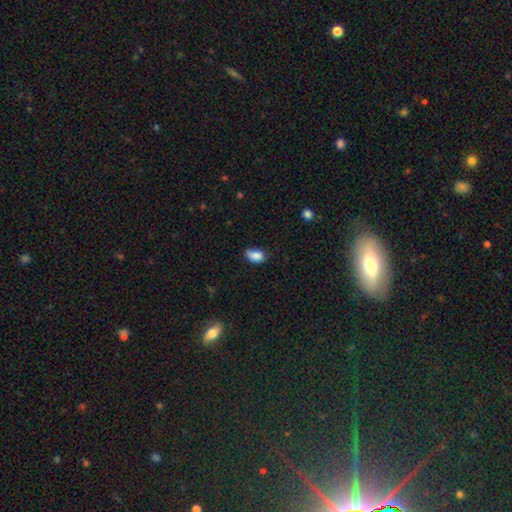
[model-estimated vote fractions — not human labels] Morphology: type=smooth (86%); roundness=in between (89%); merging=none (63%).